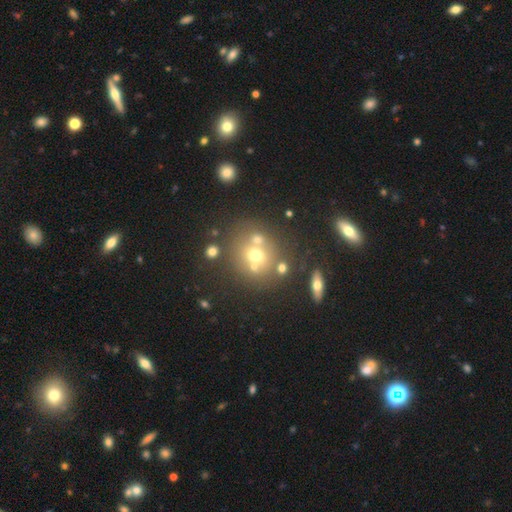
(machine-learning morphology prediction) Overall: smooth (56%; featured or disk 24%). How rounded: round (83%). Merging: none (57%; merger 27%).